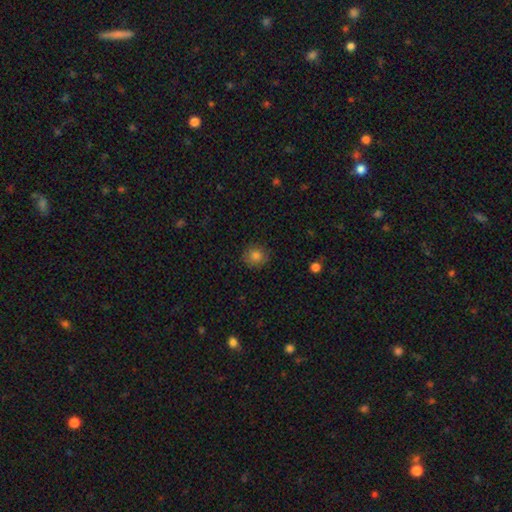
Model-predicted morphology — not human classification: Smooth or featured? Predicted: smooth (p=0.83). How rounded? Predicted: round (p=0.85). Merging? Predicted: none (p=0.87).